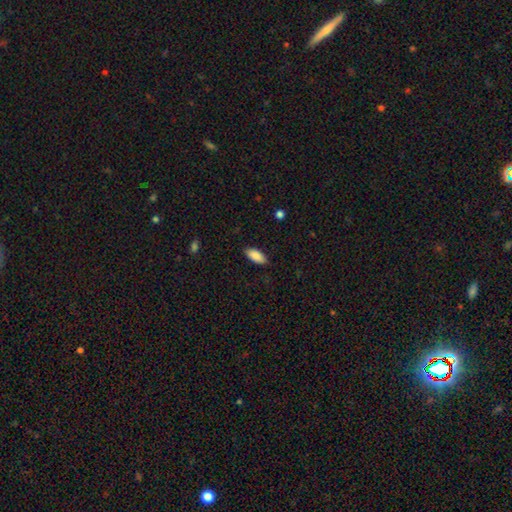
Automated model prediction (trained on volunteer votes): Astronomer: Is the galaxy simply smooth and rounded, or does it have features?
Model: smooth — 89%.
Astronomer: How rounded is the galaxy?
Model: in between — 87%.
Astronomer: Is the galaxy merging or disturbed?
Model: none — 86%.